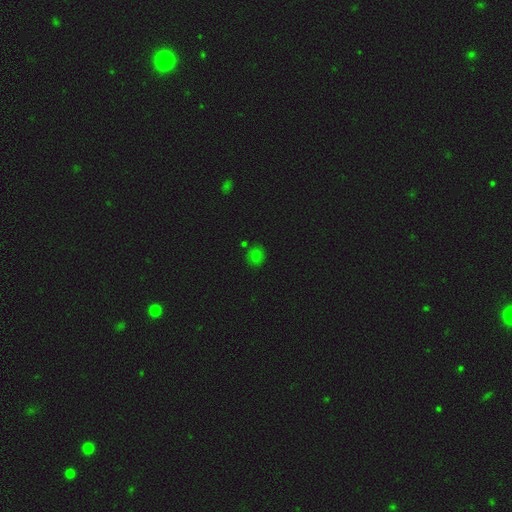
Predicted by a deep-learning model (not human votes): This is likely a smooth galaxy (73%). How rounded: likely round (79%). Merging: clearly none (83%).